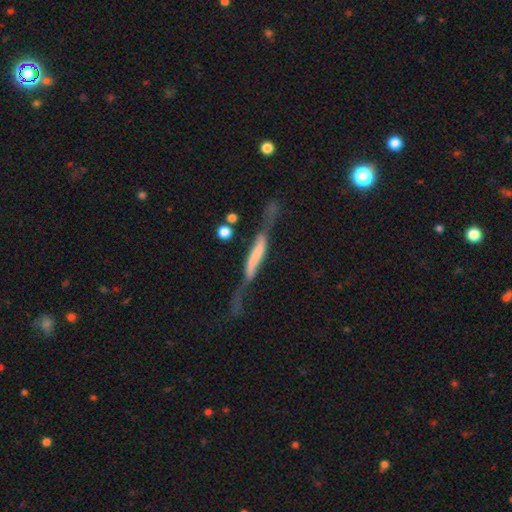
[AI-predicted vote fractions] A featured or disk galaxy (59%) viewed edge-on (66%).

Vote fractions:
- Smooth or featured? featured or disk: 59% / smooth: 34% / star or artifact: 7%
- Edge-on disk? yes: 66% / no: 34%
- Merging? major disturbance: 37% / none: 31% / minor disturbance: 23% / merger: 9%